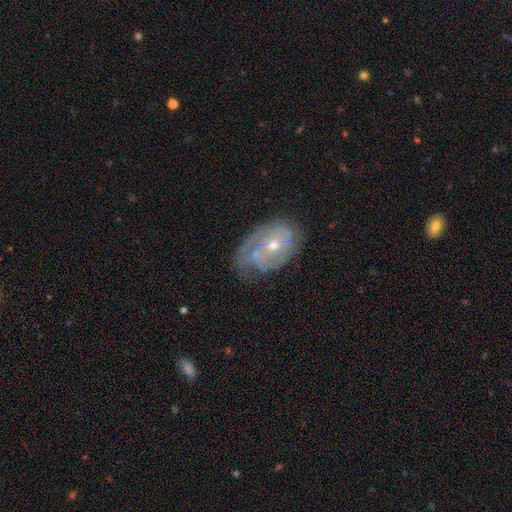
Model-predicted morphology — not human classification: Overall: featured or disk (74%). Edge-on disk: no (96%). Bar: no (58%; weak 34%). Spiral arms: yes (77%). Spiral arm count: can't tell (42%; 2 30%). Spiral winding: tight (52%; medium 32%). Bulge size: small (56%; moderate 41%). Merging: none (44%; minor disturbance 30%).